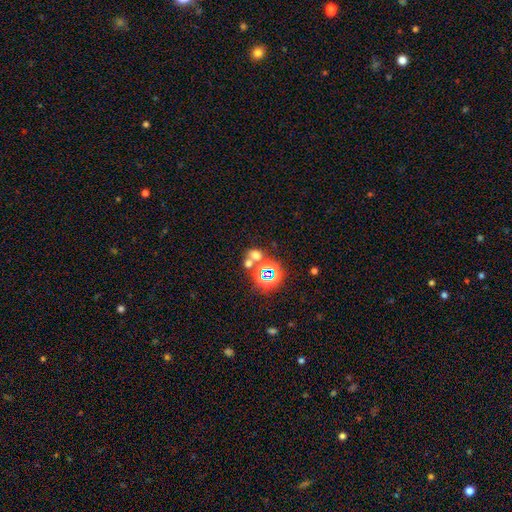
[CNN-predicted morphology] Smooth or featured: smooth — 51% (star or artifact — 38%)
How rounded: round — 60% (in between — 39%)
Merging: none — 53% (merger — 34%)